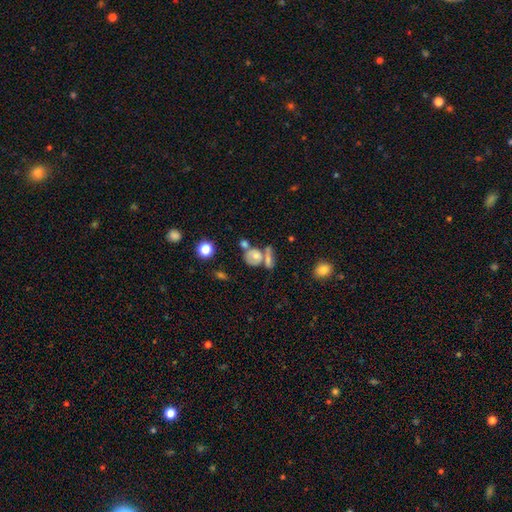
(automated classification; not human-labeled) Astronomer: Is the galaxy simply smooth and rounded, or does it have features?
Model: smooth — 57%.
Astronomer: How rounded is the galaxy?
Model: round — 65%.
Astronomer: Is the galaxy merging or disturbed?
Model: none — 40% (runner-up: merger, 36%).